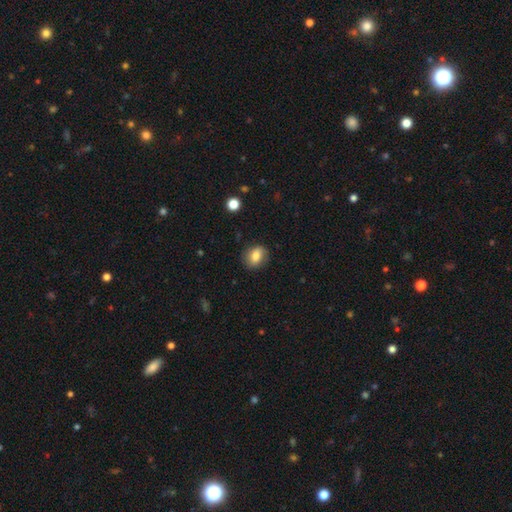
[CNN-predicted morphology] smooth_or_featured: smooth (p=0.80) [alt: featured or disk p=0.11]
how_rounded: in between (p=0.59) [alt: round p=0.39]
merging: none (p=0.80) [alt: minor disturbance p=0.15]